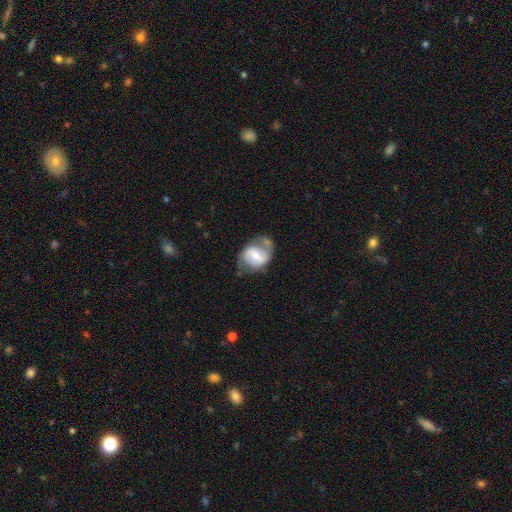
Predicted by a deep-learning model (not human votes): Smooth or featured?
  - featured or disk: 66% *
  - smooth: 28%
  - star or artifact: 6%
Edge-on disk?
  - no: 97% *
  - yes: 3%
Bar?
  - weak: 46% *
  - strong: 30%
  - no: 25%
Spiral arms?
  - yes: 76% *
  - no: 24%
Bulge size?
  - moderate: 54% *
  - small: 38%
  - large: 5%
  - none: 2%
  - dominant: 1%
Merging?
  - none: 46% *
  - minor disturbance: 26%
  - major disturbance: 17%
  - merger: 10%